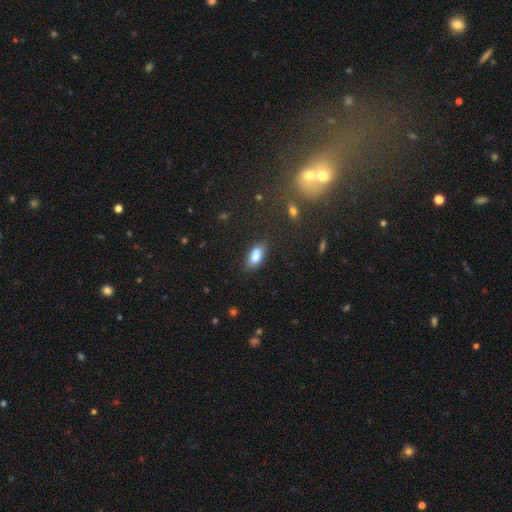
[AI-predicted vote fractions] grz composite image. It shows a smooth galaxy with no disk features (83%) that is in between round and cigar-shaped (88%). Merging: none (68%).